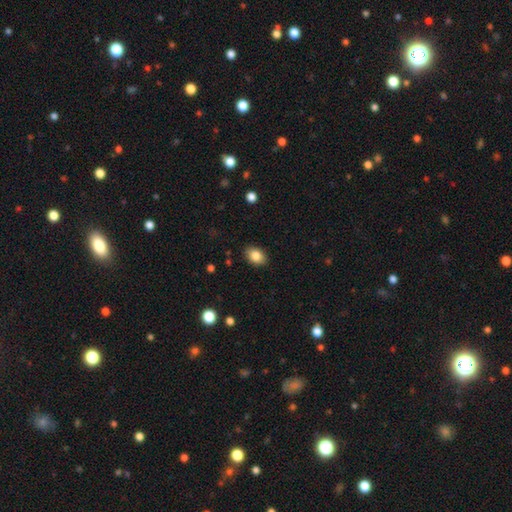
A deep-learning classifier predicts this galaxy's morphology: A smooth galaxy with no disk features (85%) that is in between round and cigar-shaped (78%). Merging: none (88%).